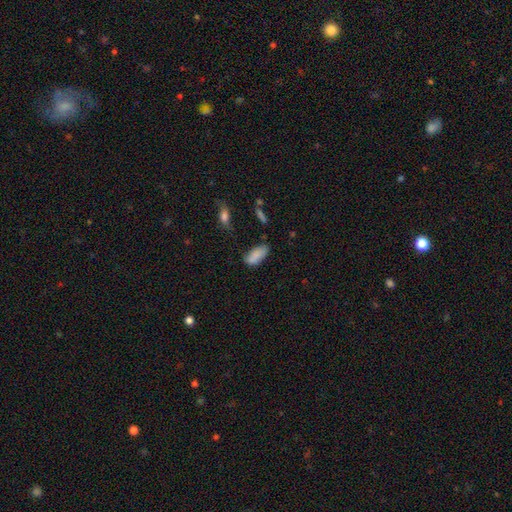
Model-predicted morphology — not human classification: A smooth galaxy with no disk features (82%) that is in between round and cigar-shaped (89%).

Vote fractions:
- Smooth or featured? smooth: 82% / featured or disk: 10% / star or artifact: 8%
- How rounded? in between: 89% / cigar-shaped: 9% / round: 2%
- Merging? none: 59% / minor disturbance: 27% / major disturbance: 7% / merger: 7%